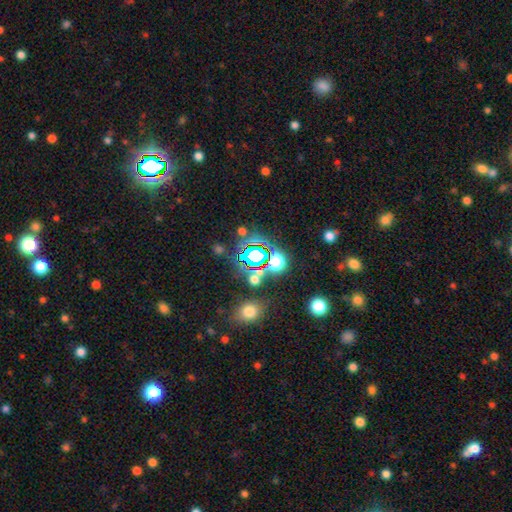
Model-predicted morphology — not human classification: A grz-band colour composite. It shows a star or artifact, not a galaxy (71%).